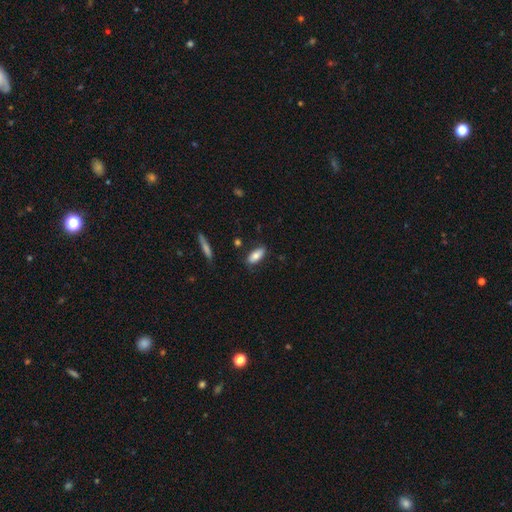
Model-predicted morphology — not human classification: A smooth galaxy with no disk features (79%) that is in between round and cigar-shaped (83%).

Vote fractions:
- Smooth or featured? smooth: 79% / featured or disk: 15% / star or artifact: 7%
- How rounded? in between: 83% / cigar-shaped: 15% / round: 2%
- Merging? none: 78% / minor disturbance: 16% / major disturbance: 3% / merger: 3%